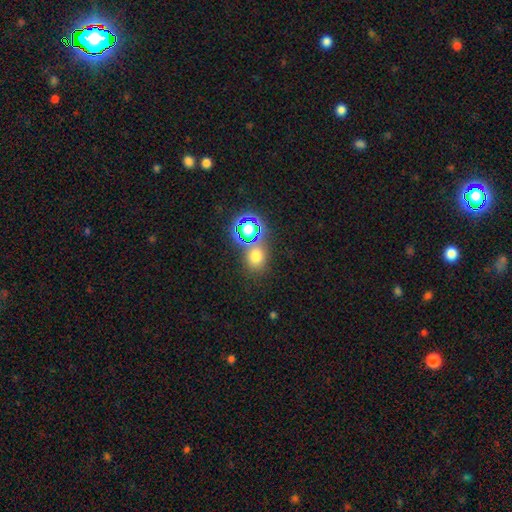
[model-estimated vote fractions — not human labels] A smooth galaxy with no disk features (65%) that is round (62%). Merging: none (69%).